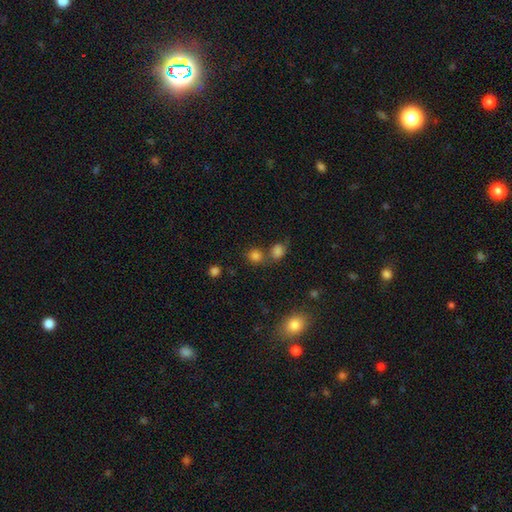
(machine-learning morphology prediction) Q: Smooth or featured?
A: smooth (79%); runner-up: star or artifact (15%)
Q: How rounded?
A: round (78%); runner-up: in between (21%)
Q: Merging?
A: none (58%); runner-up: merger (28%)